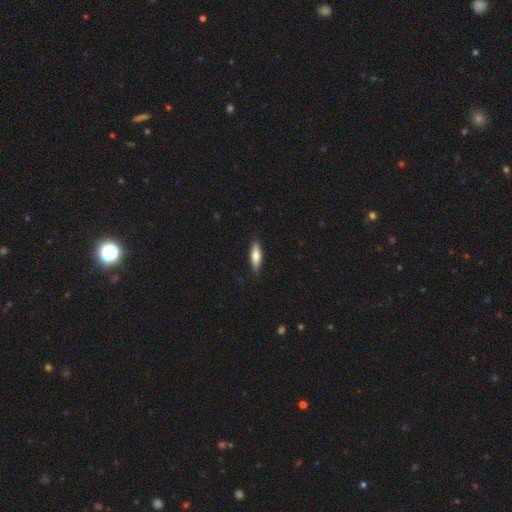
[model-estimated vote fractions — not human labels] smooth-or-featured: smooth: 70% | featured or disk: 25% | star or artifact: 6%
  how-rounded: cigar-shaped: 54% | in between: 44% | round: 2%
  merging: none: 87% | minor disturbance: 10% | major disturbance: 2% | merger: 1%